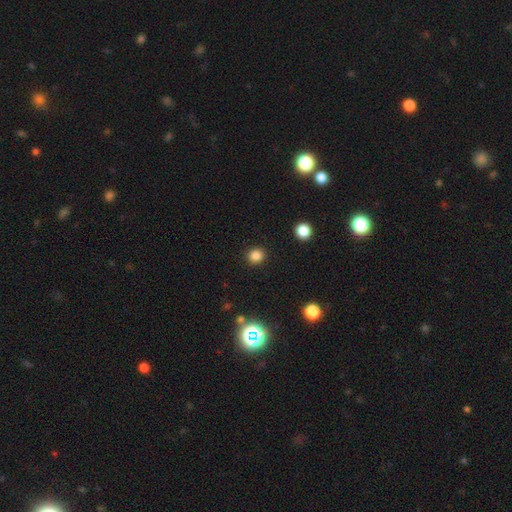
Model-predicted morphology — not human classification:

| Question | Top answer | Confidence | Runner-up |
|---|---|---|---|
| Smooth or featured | smooth | 82% | star or artifact (14%) |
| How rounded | round | 88% | in between (11%) |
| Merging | none | 91% | minor disturbance (6%) |